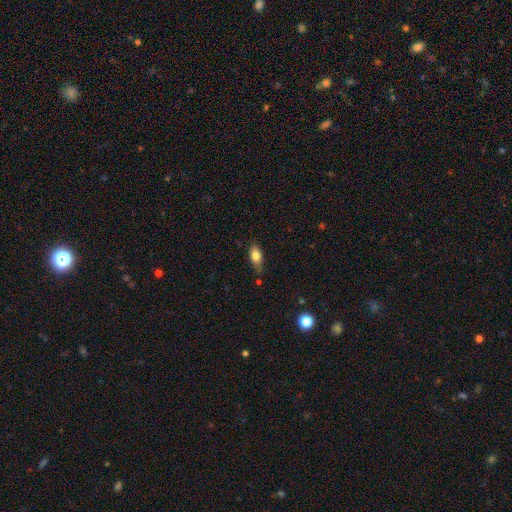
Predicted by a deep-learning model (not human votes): Smooth or featured? smooth (77%)
How rounded? in between (81%)
Merging? none (67%)